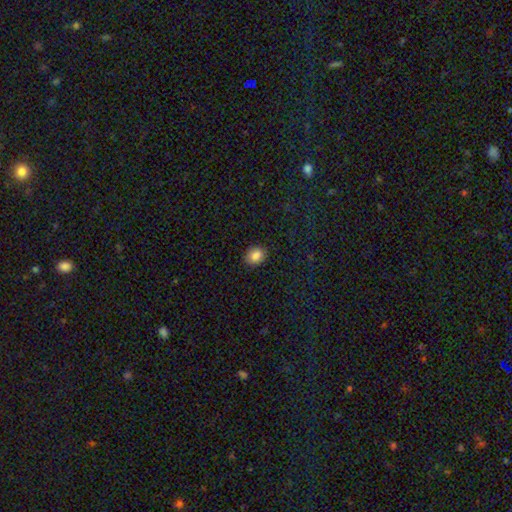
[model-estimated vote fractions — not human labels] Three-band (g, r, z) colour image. It shows a smooth galaxy with no disk features (84%) that is round (54%). Merging: none (89%).